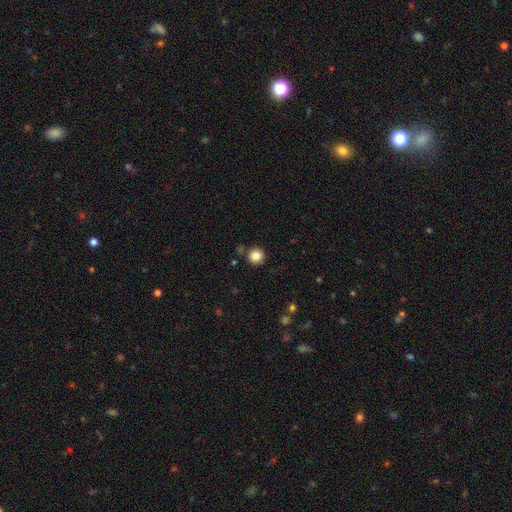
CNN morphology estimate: Smooth or featured: smooth — 85% (star or artifact — 11%)
How rounded: round — 94% (in between — 5%)
Merging: none — 87% (minor disturbance — 7%)